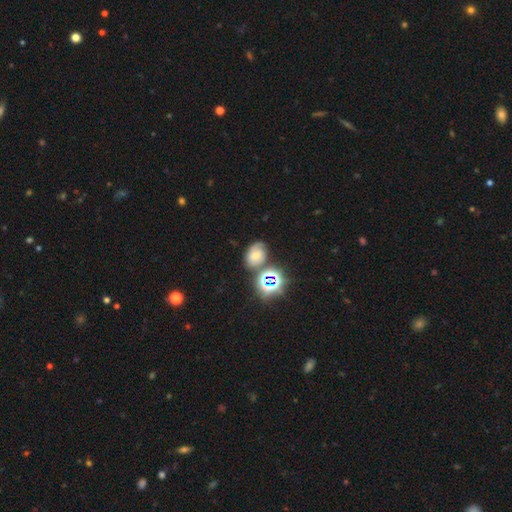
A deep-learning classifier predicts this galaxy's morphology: Smooth or featured?
  - smooth: 40% *
  - featured or disk: 33%
  - star or artifact: 27%
Merging?
  - none: 61% *
  - minor disturbance: 21%
  - merger: 10%
  - major disturbance: 7%